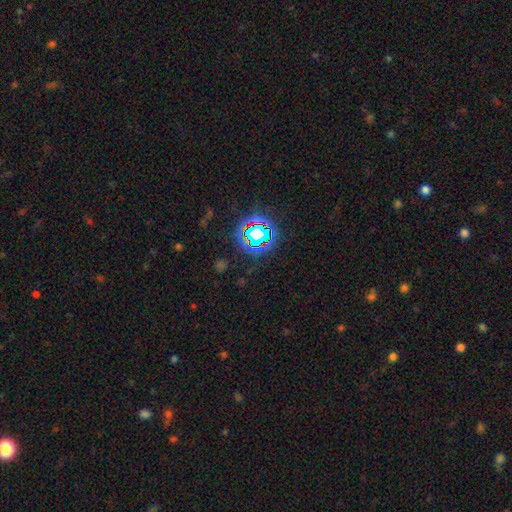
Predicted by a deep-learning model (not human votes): A star or artifact, not a galaxy (80%).